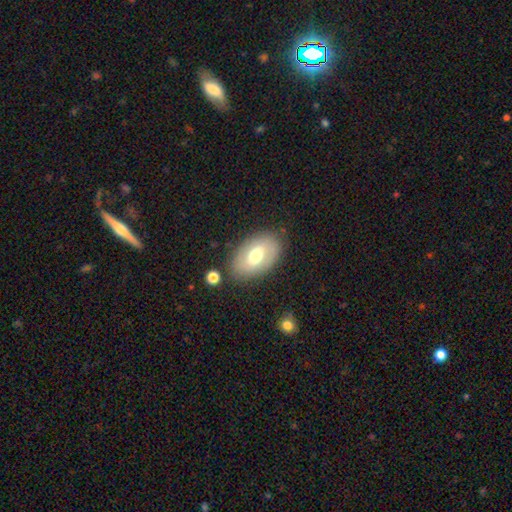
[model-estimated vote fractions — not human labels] Q: Smooth or featured?
A: smooth (54%); runner-up: featured or disk (39%)
Q: How rounded?
A: in between (90%); runner-up: round (8%)
Q: Merging?
A: none (79%); runner-up: minor disturbance (13%)